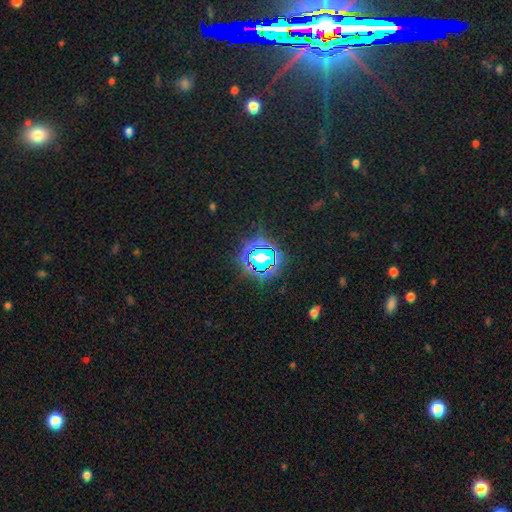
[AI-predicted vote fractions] Overall: star or artifact (84%).